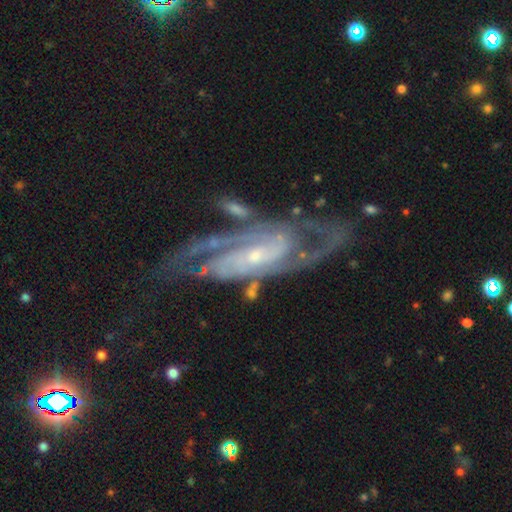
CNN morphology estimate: This appears to be a featured or disk galaxy (91%) with no bar (45%), 2 (67%) tight (45%, tied with medium) spiral arms (98%) and a small central bulge (74%). Merging: none (63%).